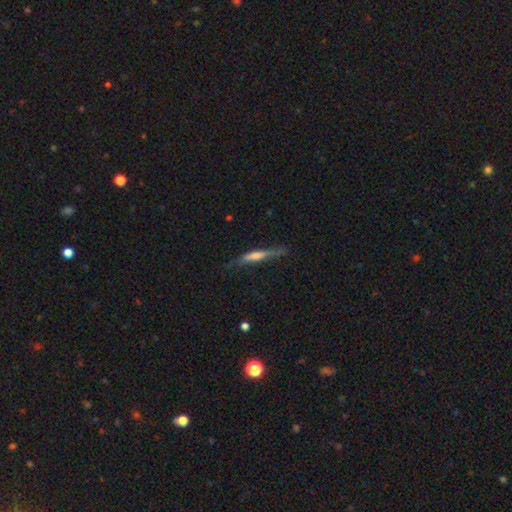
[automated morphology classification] Smooth or featured? featured or disk (55%)
Edge-on disk? yes (92%)
Edge-on bulge? rounded (48%)
Merging? none (69%)